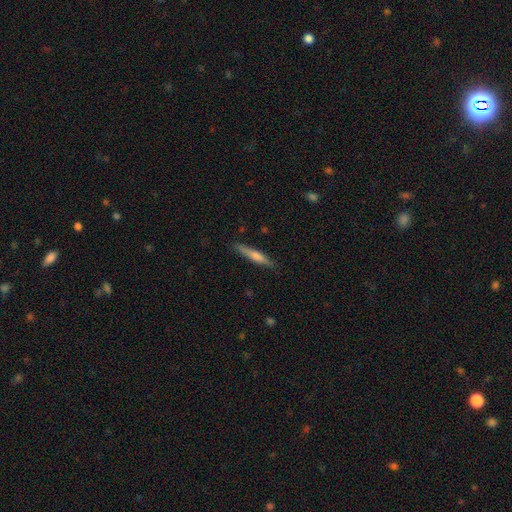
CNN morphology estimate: A smooth galaxy with no disk features (49%).

Vote fractions:
- Smooth or featured? smooth: 49% / featured or disk: 45% / star or artifact: 6%
- Merging? none: 88% / minor disturbance: 9% / major disturbance: 2% / merger: 1%